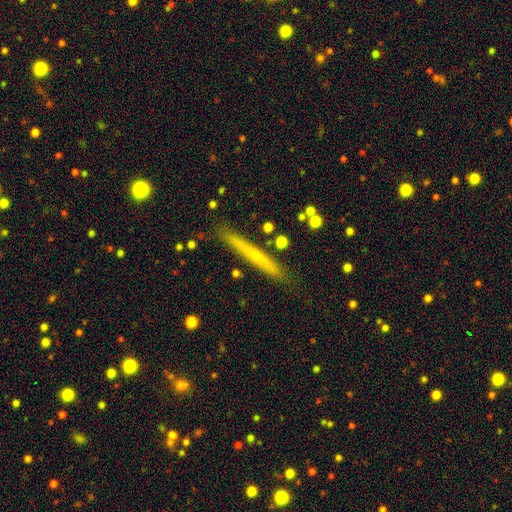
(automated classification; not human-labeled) Morphology: type=featured or disk (50%); merging=none (86%).